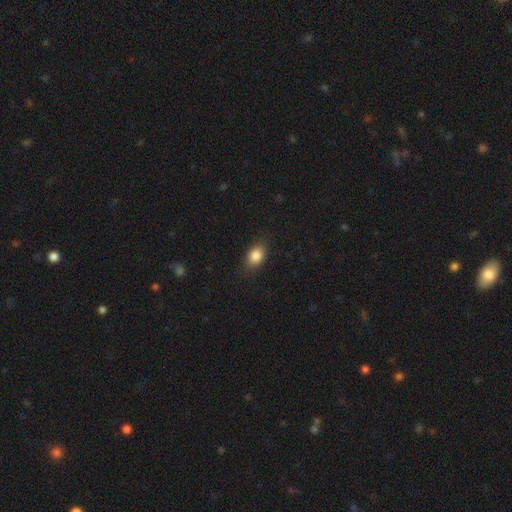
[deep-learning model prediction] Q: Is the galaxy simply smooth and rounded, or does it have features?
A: smooth — 86%.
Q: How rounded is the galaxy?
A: in between — 77%.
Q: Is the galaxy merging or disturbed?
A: none — 84%.